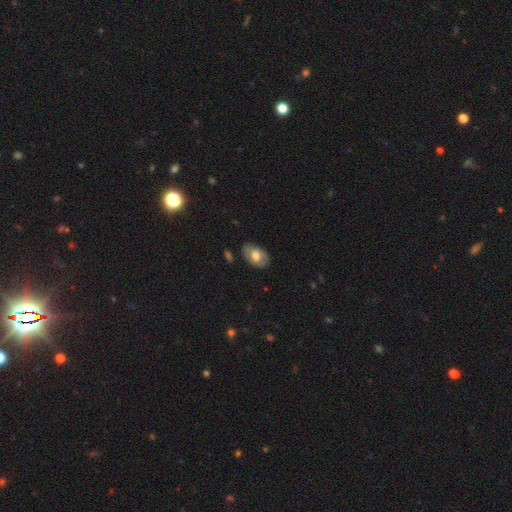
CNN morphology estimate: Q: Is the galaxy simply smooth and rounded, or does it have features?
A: smooth — 60%.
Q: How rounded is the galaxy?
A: in between — 88%.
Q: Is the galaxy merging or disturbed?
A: none — 80%.